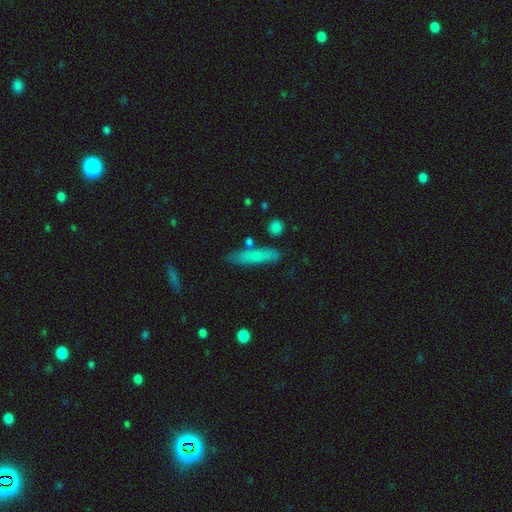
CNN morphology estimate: Smooth or featured: smooth — 68% (featured or disk — 24%)
How rounded: cigar-shaped — 80% (in between — 17%)
Merging: none — 76% (minor disturbance — 15%)